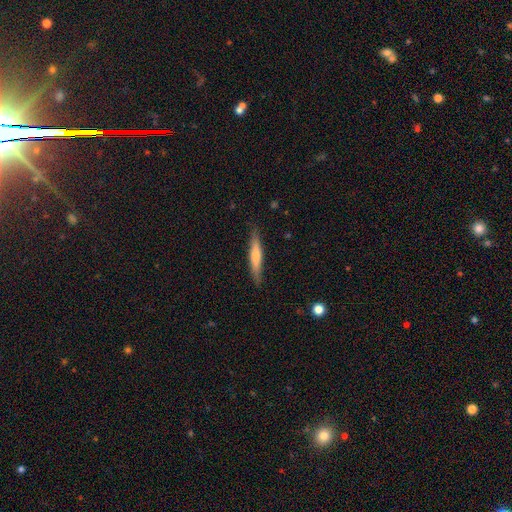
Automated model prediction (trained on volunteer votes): Q: Smooth or featured?
A: smooth (61%); runner-up: featured or disk (34%)
Q: How rounded?
A: cigar-shaped (90%); runner-up: in between (9%)
Q: Merging?
A: none (86%); runner-up: minor disturbance (11%)